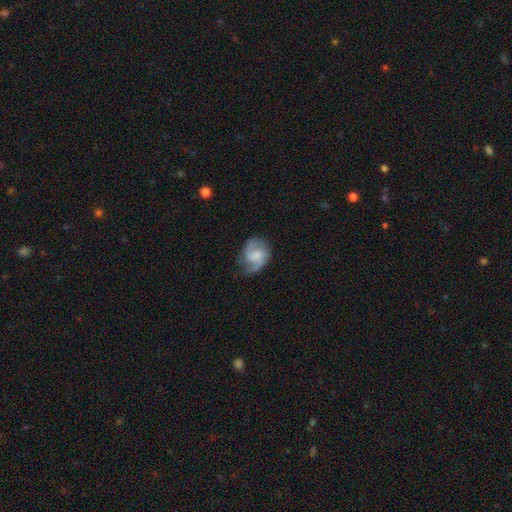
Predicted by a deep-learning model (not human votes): Smooth or featured? featured or disk (73%)
Edge-on disk? no (98%)
Bar? no (51%)
Spiral arms? yes (94%)
Spiral winding? medium (50%)
Spiral arm count? 2 (80%)
Bulge size? moderate (32%)
Merging? none (63%)